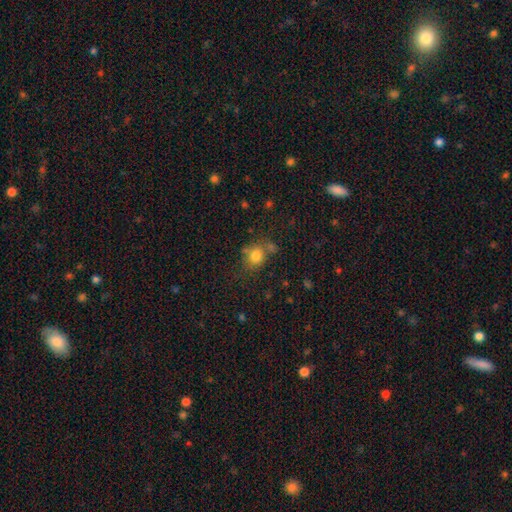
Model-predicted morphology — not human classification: A smooth galaxy with no disk features (78%) that is round (66%). Merging: none (57%).